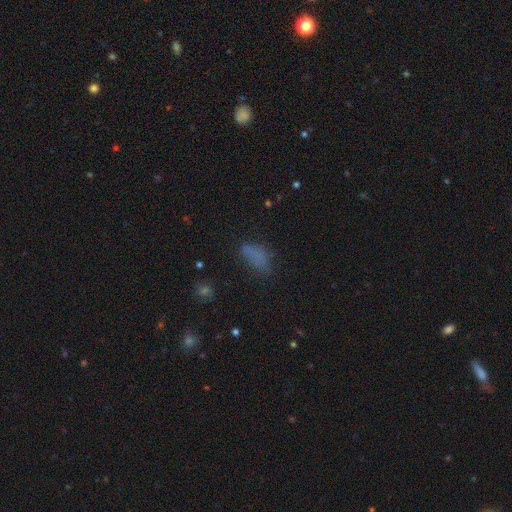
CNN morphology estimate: smooth_or_featured: smooth (p=0.71) [alt: star or artifact p=0.17]
how_rounded: in between (p=0.80) [alt: cigar-shaped p=0.15]
merging: none (p=0.53) [alt: minor disturbance p=0.26]